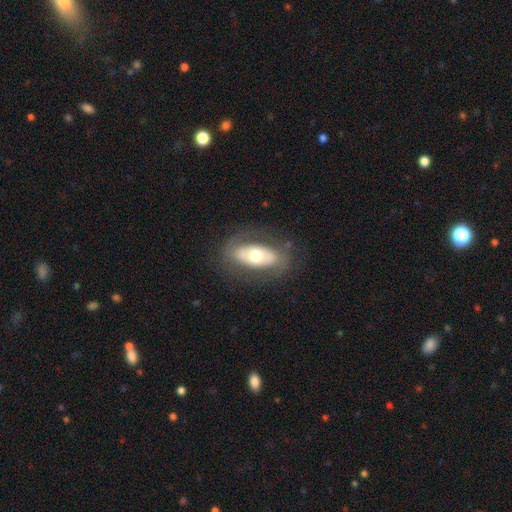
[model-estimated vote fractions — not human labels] This is possibly a featured or disk galaxy (51%). It is clearly not viewed edge-on (88%). Merging: likely none (78%).